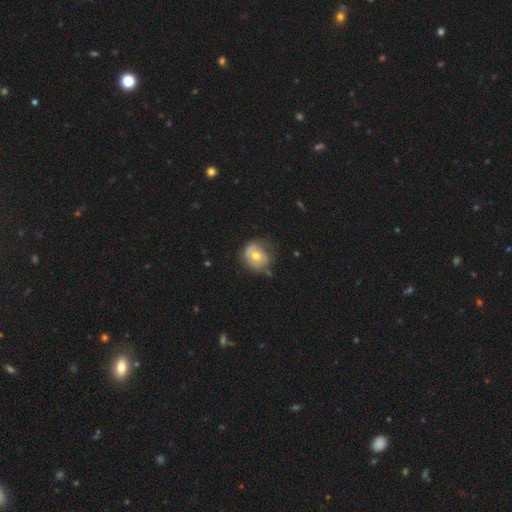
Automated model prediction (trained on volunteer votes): This is possibly a smooth galaxy (47%). Merging: possibly none (53%).